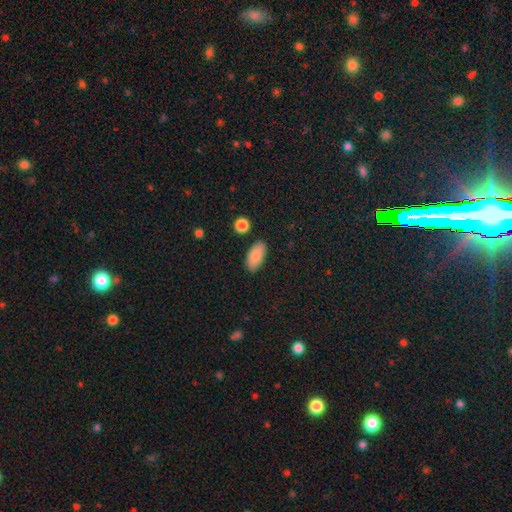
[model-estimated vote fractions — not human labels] smooth 85%, featured or disk 8%, star or artifact 7%. Down the decision tree: how rounded — in between (93%); merging — none (86%).